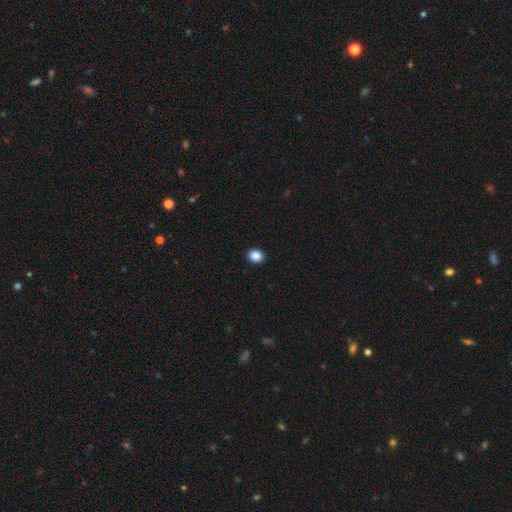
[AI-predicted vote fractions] A smooth galaxy with no disk features (88%) that is round (64%). Merging: none (92%).